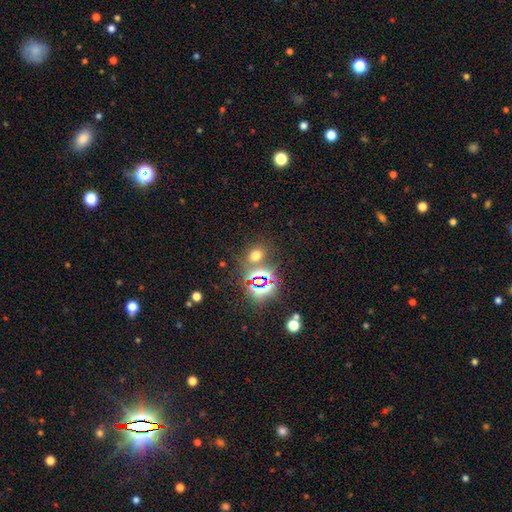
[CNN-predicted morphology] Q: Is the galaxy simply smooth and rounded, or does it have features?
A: smooth — 54%.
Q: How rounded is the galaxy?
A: round — 50%.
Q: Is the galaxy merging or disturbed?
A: none — 71%.